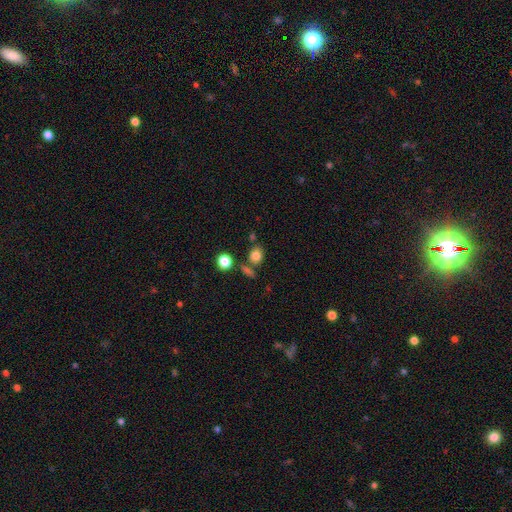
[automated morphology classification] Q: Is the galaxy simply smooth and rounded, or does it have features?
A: smooth — 81%.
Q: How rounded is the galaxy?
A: round — 60%.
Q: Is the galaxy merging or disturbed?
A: none — 68%.